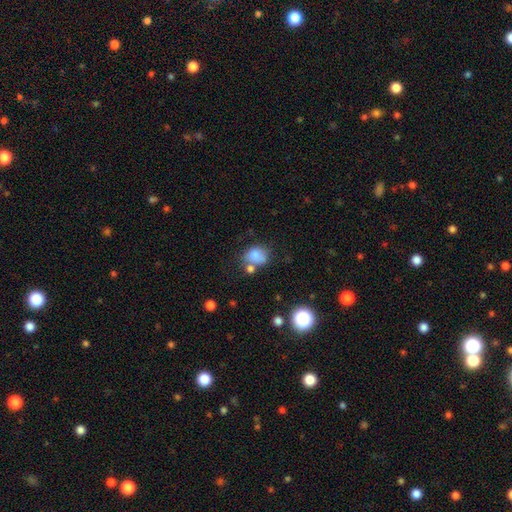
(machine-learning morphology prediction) This is likely a smooth galaxy (77%). How rounded: possibly in between (50%). Merging: possibly none (47%).